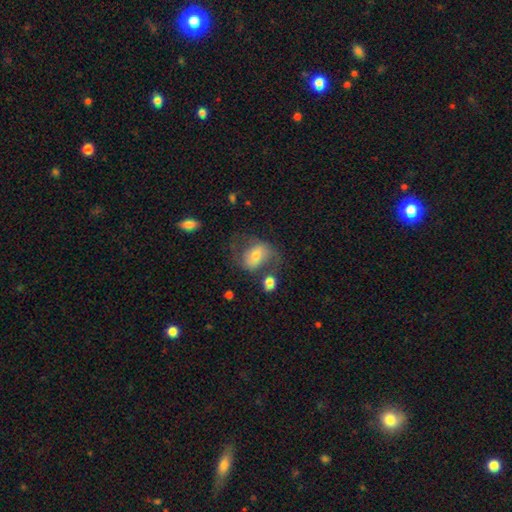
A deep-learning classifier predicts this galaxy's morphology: Smooth or featured: featured or disk — 51% (smooth — 40%)
Edge-on disk: no — 96% (yes — 4%)
Merging: none — 49% (minor disturbance — 20%)